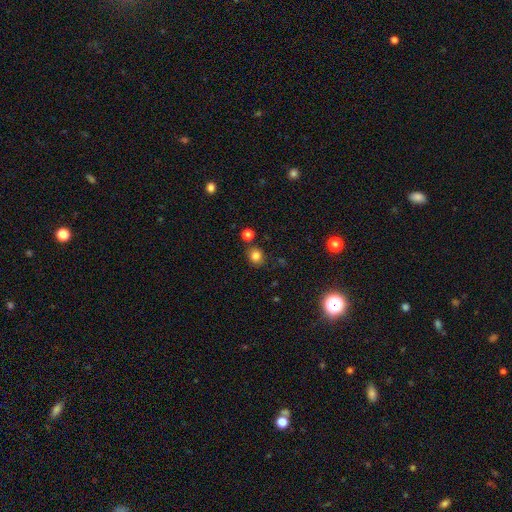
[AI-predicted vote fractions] This appears to be a smooth galaxy with no disk features (81%) that is round (74%). Merging: none (79%).